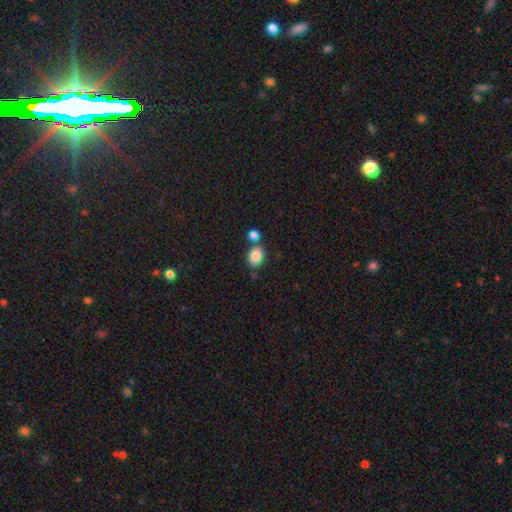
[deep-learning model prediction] Overall: smooth (86%). How rounded: in between (61%; round 37%). Merging: none (63%).